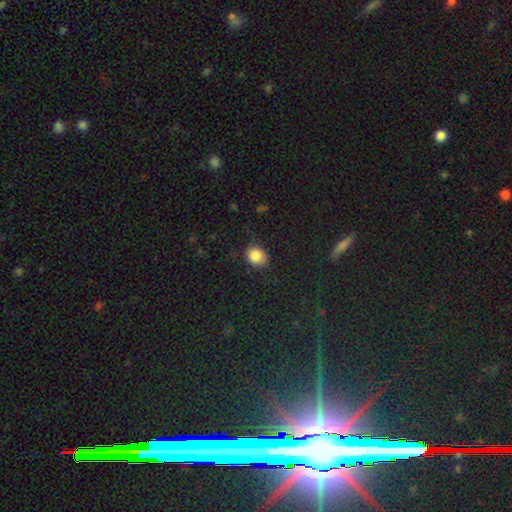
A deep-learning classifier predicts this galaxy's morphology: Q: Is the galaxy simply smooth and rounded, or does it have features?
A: smooth — 85%.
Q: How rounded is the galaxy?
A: round — 59%.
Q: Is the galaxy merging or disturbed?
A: none — 78%.